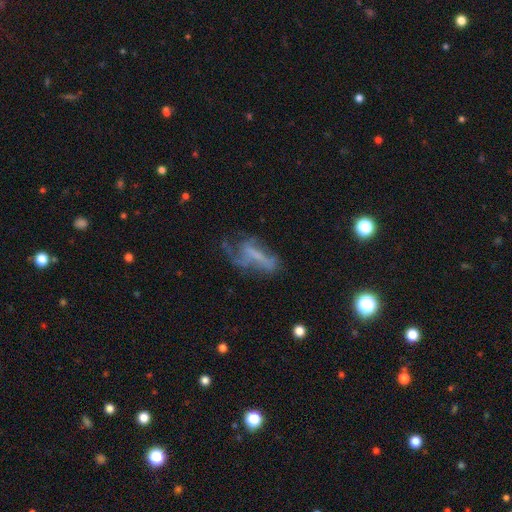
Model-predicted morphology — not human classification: This is possibly a featured or disk galaxy (57%). It is clearly not viewed edge-on (87%). Merging: marginally major disturbance (40%).